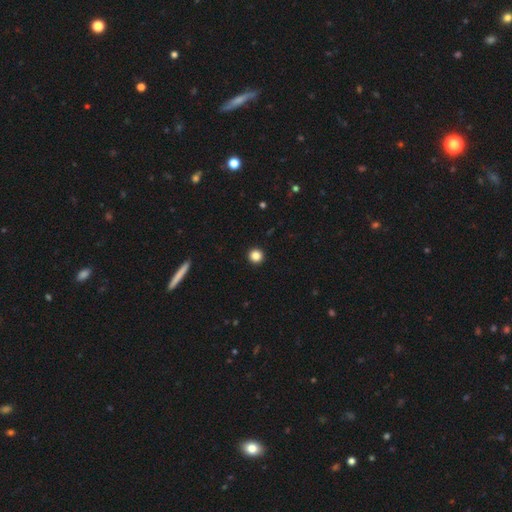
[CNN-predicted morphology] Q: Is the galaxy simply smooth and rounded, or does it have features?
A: smooth — 86%.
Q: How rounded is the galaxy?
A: round — 96%.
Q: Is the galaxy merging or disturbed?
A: none — 94%.